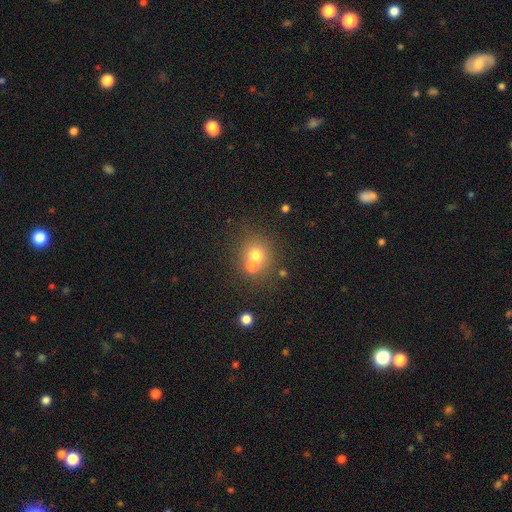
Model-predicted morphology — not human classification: Smooth or featured: smooth — 69% (featured or disk — 16%)
How rounded: round — 85% (in between — 14%)
Merging: merger — 46% (none — 45%)